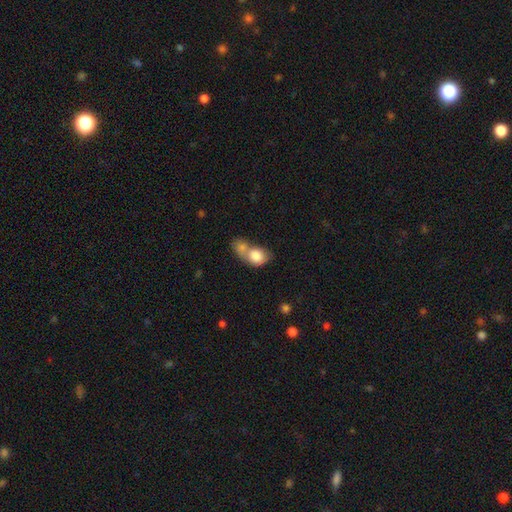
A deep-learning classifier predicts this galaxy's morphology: smooth 79%, featured or disk 14%, star or artifact 7%. Down the decision tree: how rounded — in between (57%); merging — merger (71%).